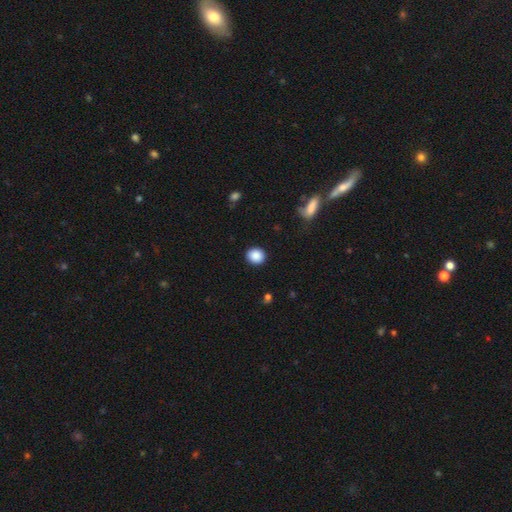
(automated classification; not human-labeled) Smooth or featured?
  - smooth: 89% *
  - star or artifact: 8%
  - featured or disk: 3%
How rounded?
  - round: 82% *
  - in between: 17%
  - cigar-shaped: 1%
Merging?
  - none: 91% *
  - minor disturbance: 6%
  - major disturbance: 2%
  - merger: 1%